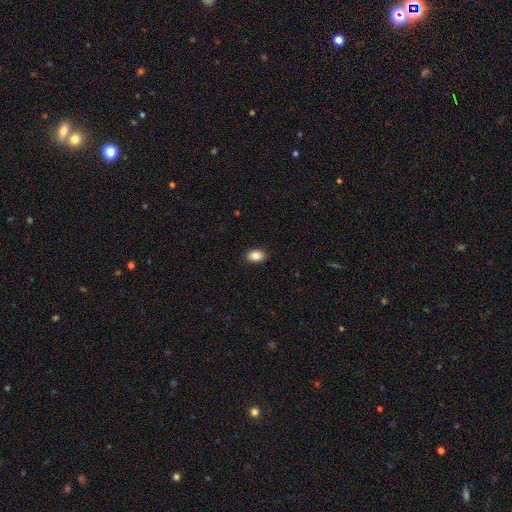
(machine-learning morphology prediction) Q: Smooth or featured?
A: smooth (85%); runner-up: star or artifact (8%)
Q: How rounded?
A: in between (86%); runner-up: round (12%)
Q: Merging?
A: none (89%); runner-up: minor disturbance (8%)